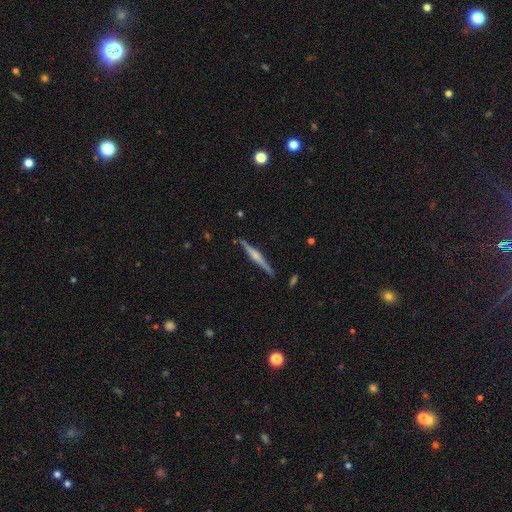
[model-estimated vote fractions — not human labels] smooth-or-featured: featured or disk: 73% | smooth: 22% | star or artifact: 5%
  disk-edge-on: yes: 98% | no: 2%
    edge-on-bulge: rounded: 73% | boxy: 14% | none: 13%
  merging: none: 89% | minor disturbance: 8% | major disturbance: 2% | merger: 2%